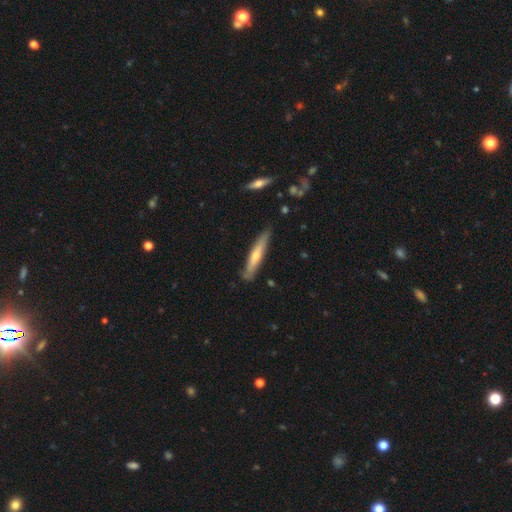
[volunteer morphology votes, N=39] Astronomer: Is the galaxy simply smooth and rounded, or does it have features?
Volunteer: smooth — 49% (runner-up: featured or disk, 46%).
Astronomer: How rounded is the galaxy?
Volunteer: cigar-shaped — 95%.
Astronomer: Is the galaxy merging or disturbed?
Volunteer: none — 62%.